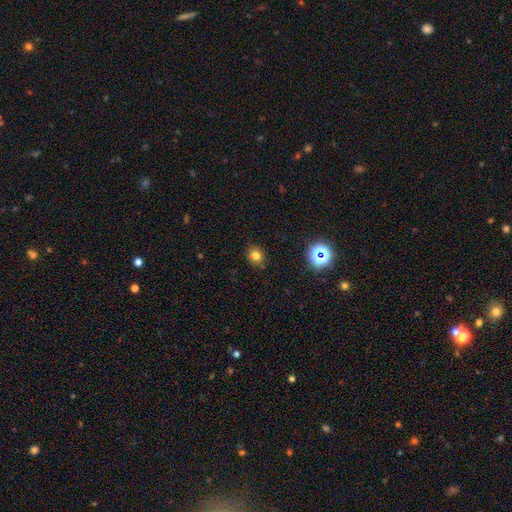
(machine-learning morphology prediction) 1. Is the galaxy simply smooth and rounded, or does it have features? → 74% smooth, 18% star or artifact, 8% featured or disk.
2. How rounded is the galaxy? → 68% round, 32% in between, 1% cigar-shaped.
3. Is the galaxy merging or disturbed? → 85% none, 11% minor disturbance, 3% major disturbance, 2% merger.